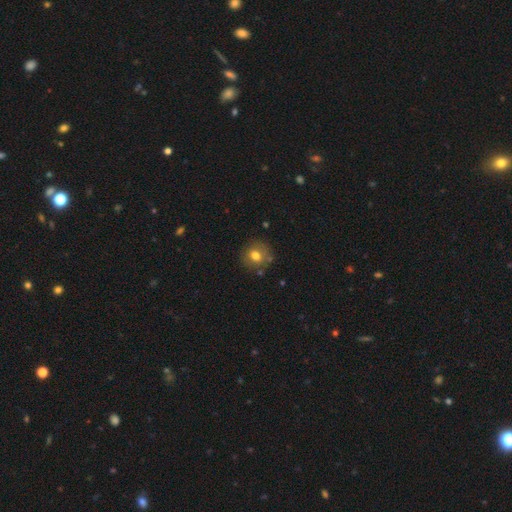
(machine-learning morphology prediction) Q: Smooth or featured?
A: smooth (73%); runner-up: featured or disk (15%)
Q: How rounded?
A: round (88%); runner-up: in between (11%)
Q: Merging?
A: none (82%); runner-up: minor disturbance (11%)